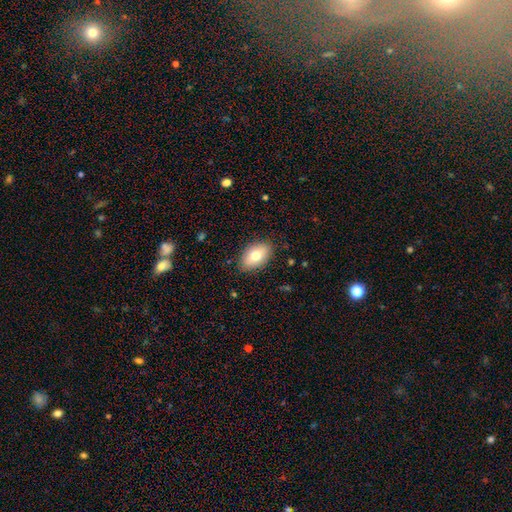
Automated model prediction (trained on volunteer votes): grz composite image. It shows a smooth galaxy with no disk features (76%) that is in between round and cigar-shaped (92%). Merging: none (86%).